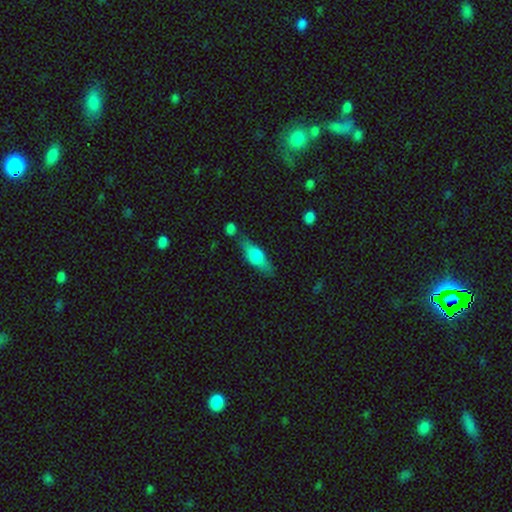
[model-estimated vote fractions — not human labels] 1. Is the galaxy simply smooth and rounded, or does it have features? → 57% smooth, 36% featured or disk, 6% star or artifact.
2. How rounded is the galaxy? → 53% in between, 43% cigar-shaped, 4% round.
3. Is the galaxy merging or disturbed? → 69% none, 17% minor disturbance, 8% merger, 5% major disturbance.